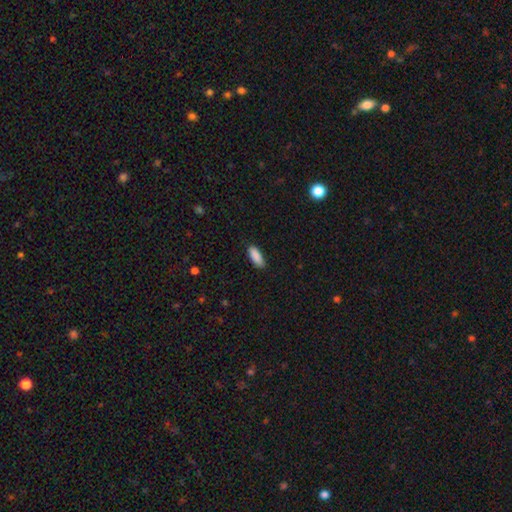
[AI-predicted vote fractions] Q: Smooth or featured?
A: smooth (90%); runner-up: star or artifact (6%)
Q: How rounded?
A: in between (73%); runner-up: cigar-shaped (25%)
Q: Merging?
A: none (87%); runner-up: minor disturbance (10%)